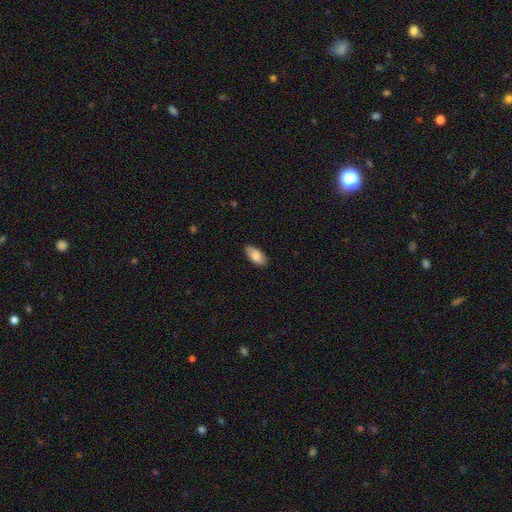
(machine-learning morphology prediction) Smooth or featured? smooth (85%)
How rounded? in between (93%)
Merging? none (85%)